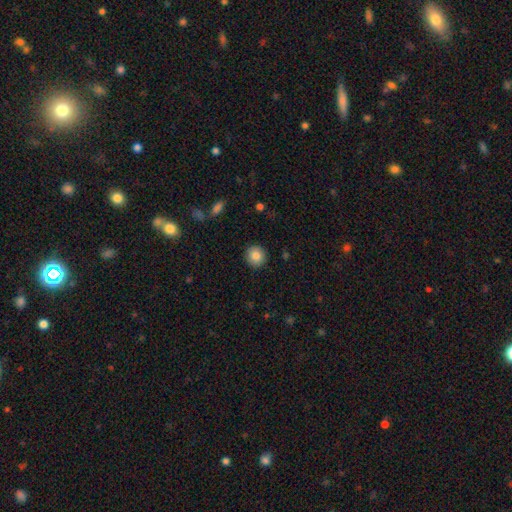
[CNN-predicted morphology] Overall: smooth (85%). How rounded: round (92%). Merging: none (91%).